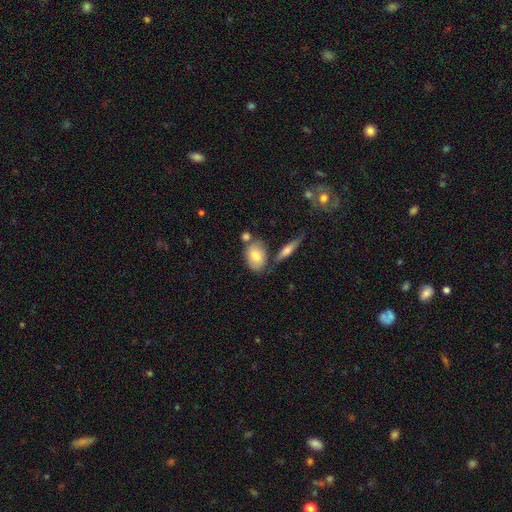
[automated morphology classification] type=smooth (75%); roundness=in between (78%); merging=none (63%).